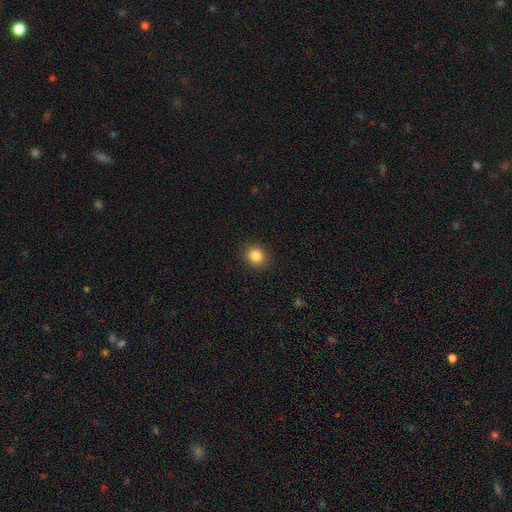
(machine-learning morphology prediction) A smooth galaxy with no disk features (86%) that is round (66%). Merging: none (90%).